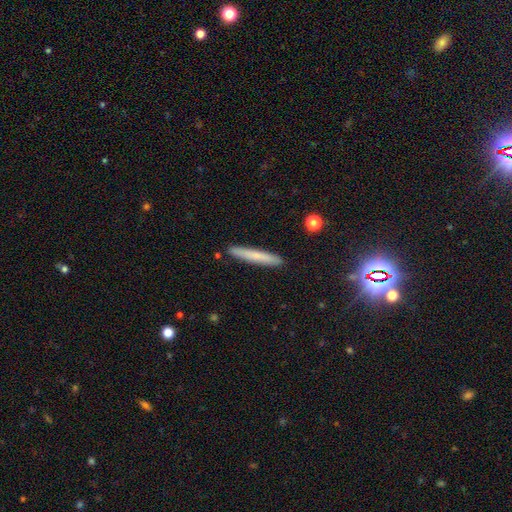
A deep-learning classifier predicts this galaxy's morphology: Smooth or featured? smooth (70%)
How rounded? cigar-shaped (96%)
Merging? none (91%)